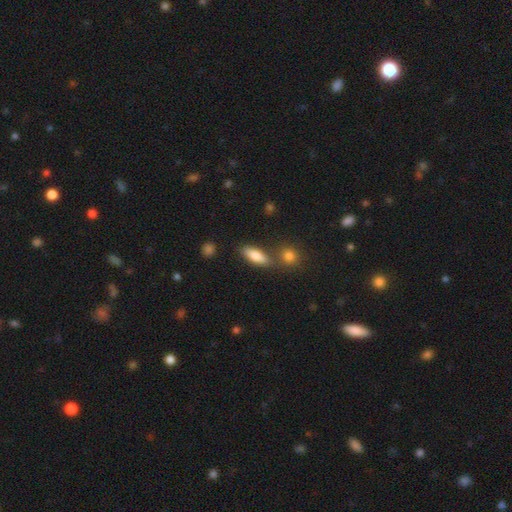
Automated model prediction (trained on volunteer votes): Q: Smooth or featured?
A: smooth (82%); runner-up: featured or disk (11%)
Q: How rounded?
A: in between (69%); runner-up: cigar-shaped (27%)
Q: Merging?
A: none (68%); runner-up: merger (16%)